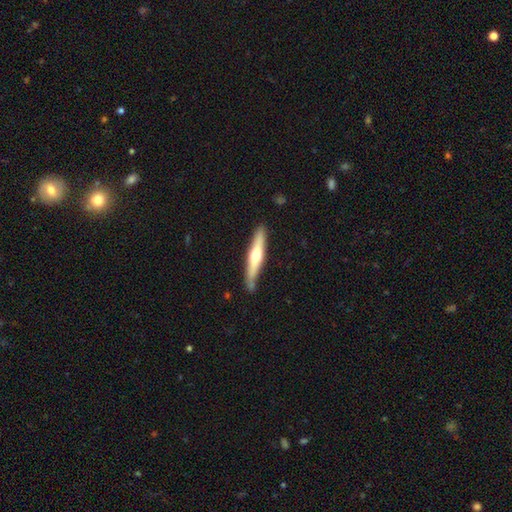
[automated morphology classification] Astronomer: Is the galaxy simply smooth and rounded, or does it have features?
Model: featured or disk — 52% (runner-up: smooth, 43%).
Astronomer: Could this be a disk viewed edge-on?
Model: yes — 92%.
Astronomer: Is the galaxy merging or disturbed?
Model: none — 80%.